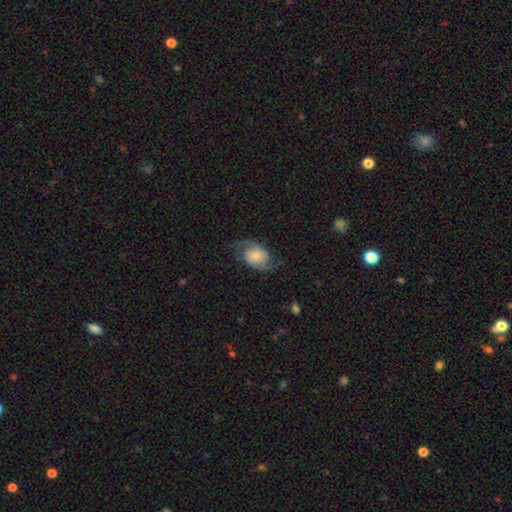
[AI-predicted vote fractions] Morphology: type=featured or disk (67%); edge-on=no (96%); bar=no (66%); spiral arms=yes (92%); winding=loose (49%); arm count=2 (91%); bulge=small (53%); merging=none (67%).